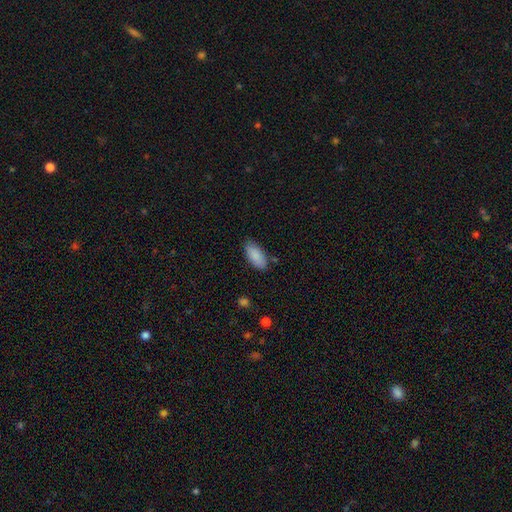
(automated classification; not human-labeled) smooth-or-featured: smooth: 88% | star or artifact: 6% | featured or disk: 6%
  how-rounded: in between: 90% | cigar-shaped: 8% | round: 2%
  merging: none: 80% | minor disturbance: 15% | major disturbance: 3% | merger: 2%